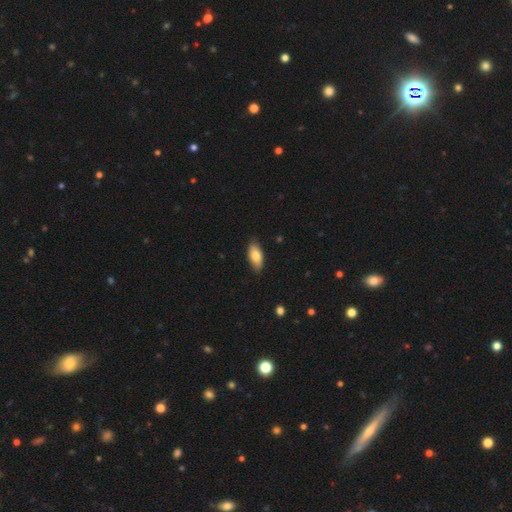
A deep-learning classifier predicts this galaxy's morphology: A smooth galaxy with no disk features (81%) that is in between round and cigar-shaped (89%). Merging: none (85%).